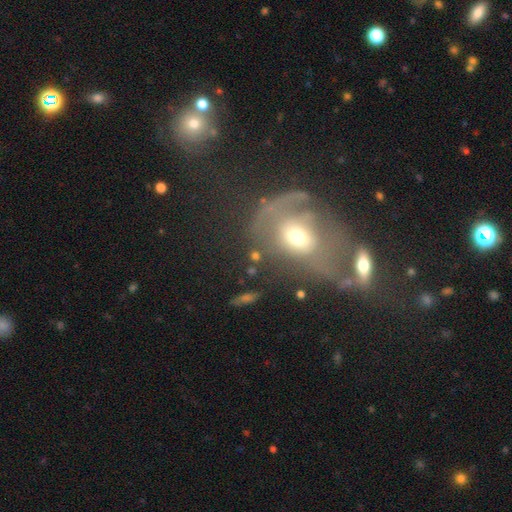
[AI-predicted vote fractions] Smooth or featured?
  - smooth: 42% *
  - featured or disk: 41%
  - star or artifact: 17%
Merging?
  - none: 43% *
  - major disturbance: 23%
  - merger: 18%
  - minor disturbance: 17%